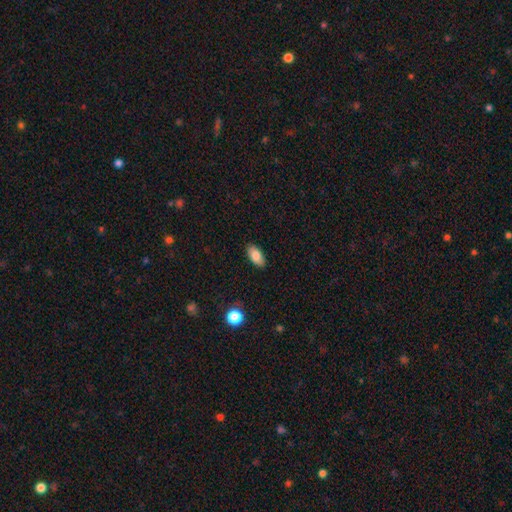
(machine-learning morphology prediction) A smooth galaxy with no disk features (84%) that is in between round and cigar-shaped (92%).

Vote fractions:
- Smooth or featured? smooth: 84% / featured or disk: 9% / star or artifact: 7%
- How rounded? in between: 92% / cigar-shaped: 5% / round: 3%
- Merging? none: 86% / minor disturbance: 11% / major disturbance: 2% / merger: 1%